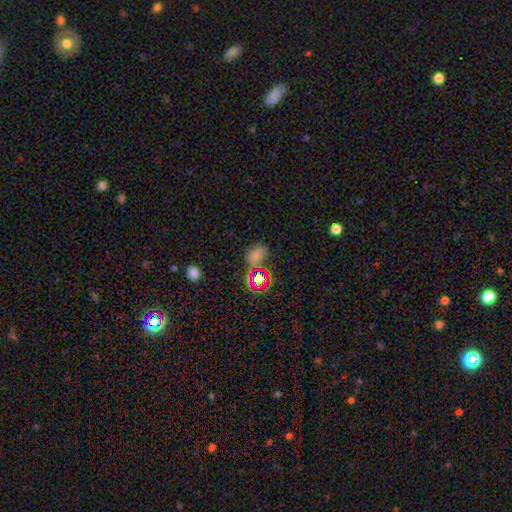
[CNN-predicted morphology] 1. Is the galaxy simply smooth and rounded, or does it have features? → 58% smooth, 34% star or artifact, 8% featured or disk.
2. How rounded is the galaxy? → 65% in between, 33% round, 2% cigar-shaped.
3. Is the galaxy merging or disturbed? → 57% none, 18% minor disturbance, 14% merger, 10% major disturbance.